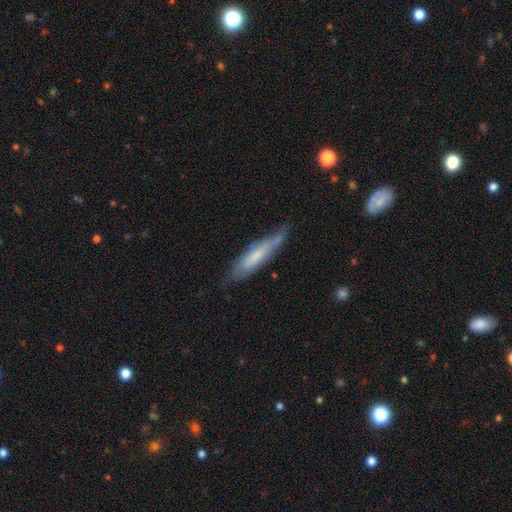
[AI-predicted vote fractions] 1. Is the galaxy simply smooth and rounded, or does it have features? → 52% smooth, 42% featured or disk, 7% star or artifact.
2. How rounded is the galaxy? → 80% cigar-shaped, 18% in between, 1% round.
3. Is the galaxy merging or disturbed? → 60% none, 29% minor disturbance, 8% major disturbance, 2% merger.